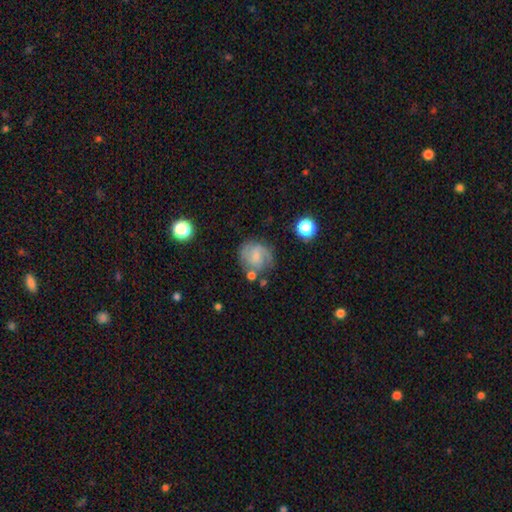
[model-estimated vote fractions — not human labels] This is likely a featured or disk galaxy (61%). It is clearly not viewed edge-on (98%). Bar: possibly no (55%). Spiral arm pattern: clearly yes (88%). Spiral arm count: possibly 2 (50%). Spiral winding: marginally medium (44%). Central bulge: likely small (67%). Merging: possibly none (59%).